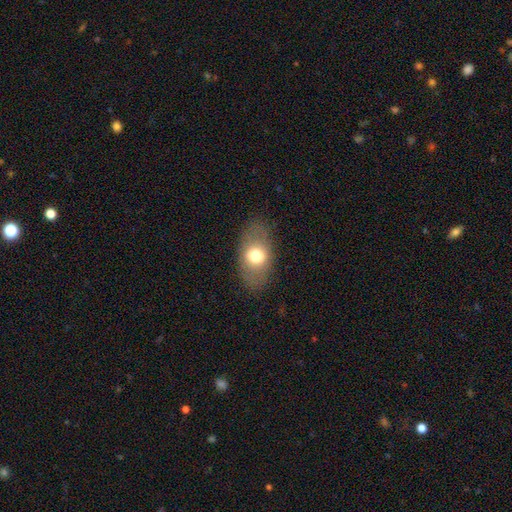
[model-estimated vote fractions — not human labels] smooth 68%, featured or disk 24%, star or artifact 8%. Down the decision tree: how rounded — in between (86%); merging — none (82%).